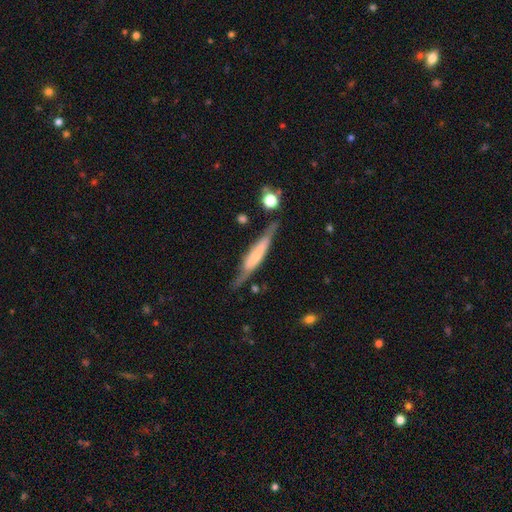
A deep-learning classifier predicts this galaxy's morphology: The model was most divided on "smooth or featured": featured or disk: 59%, smooth: 34%, star or artifact: 7%. More confident: edge-on disk — yes (83%); merging — none (69%).